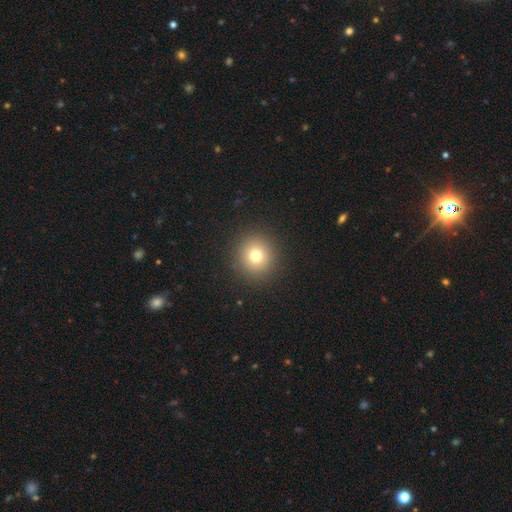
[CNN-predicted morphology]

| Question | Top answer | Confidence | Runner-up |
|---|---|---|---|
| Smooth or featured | smooth | 76% | star or artifact (14%) |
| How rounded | round | 92% | in between (7%) |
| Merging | none | 91% | minor disturbance (5%) |